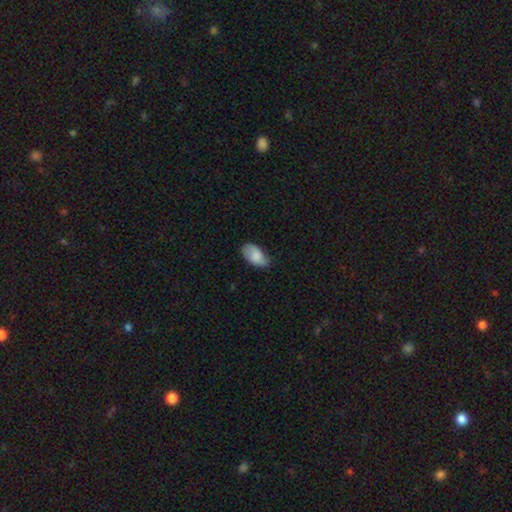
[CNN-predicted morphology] This is clearly a smooth galaxy (80%). How rounded: clearly in between (94%). Merging: likely none (66%).